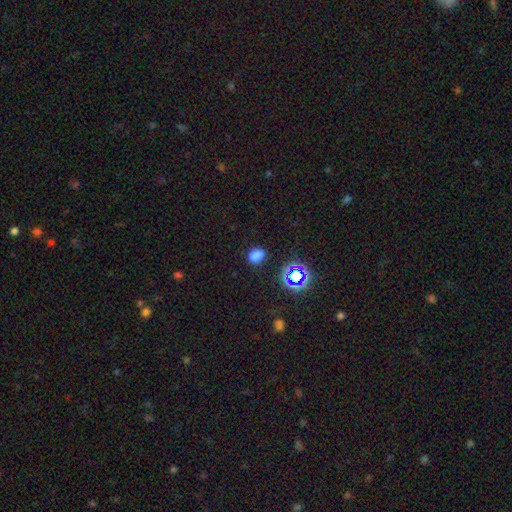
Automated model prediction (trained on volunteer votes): Overall: smooth (73%). How rounded: in between (70%). Merging: none (81%).